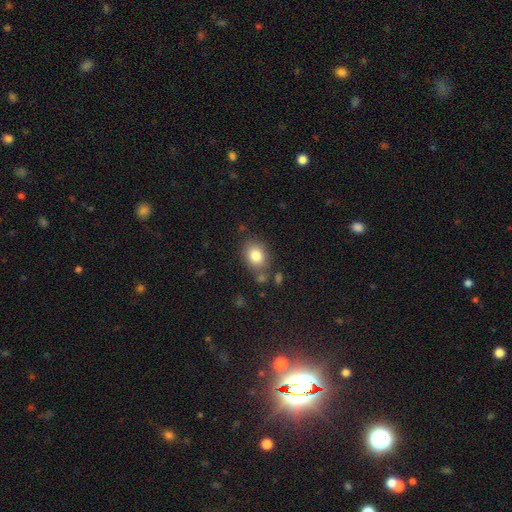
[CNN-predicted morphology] This appears to be a smooth galaxy with no disk features (82%) that is in between round and cigar-shaped (54%). Merging: none (76%).